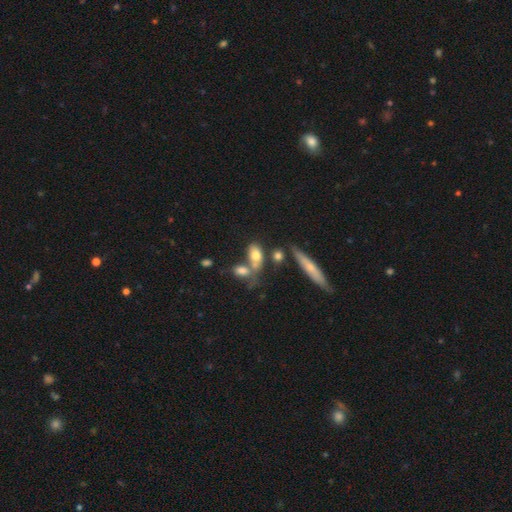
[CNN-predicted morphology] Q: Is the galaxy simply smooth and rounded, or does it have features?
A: smooth — 70%.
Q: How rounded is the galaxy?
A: in between — 79%.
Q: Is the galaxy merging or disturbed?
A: none — 41%.